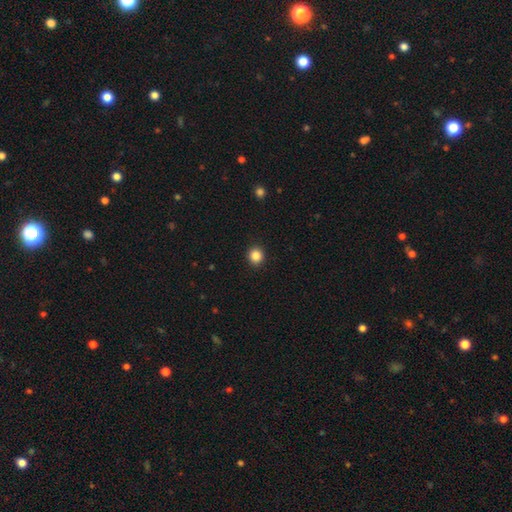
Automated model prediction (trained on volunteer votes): Smooth or featured?
  - smooth: 86% *
  - star or artifact: 11%
  - featured or disk: 3%
How rounded?
  - round: 89% *
  - in between: 10%
  - cigar-shaped: 1%
Merging?
  - none: 92% *
  - minor disturbance: 5%
  - major disturbance: 2%
  - merger: 1%